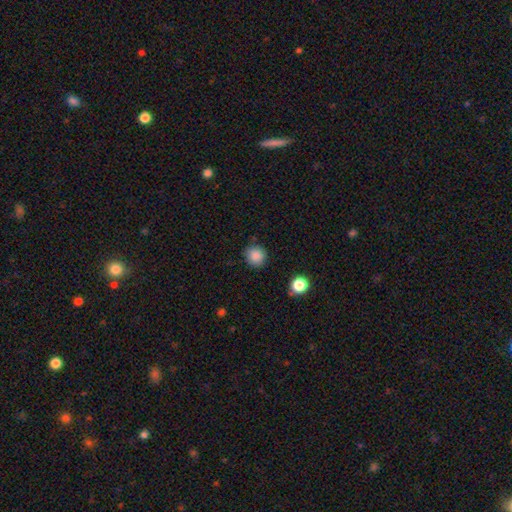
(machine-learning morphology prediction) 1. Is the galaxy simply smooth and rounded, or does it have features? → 86% smooth, 10% star or artifact, 3% featured or disk.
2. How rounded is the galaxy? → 93% round, 6% in between, 1% cigar-shaped.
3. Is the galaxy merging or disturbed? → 88% none, 8% minor disturbance, 2% major disturbance, 2% merger.